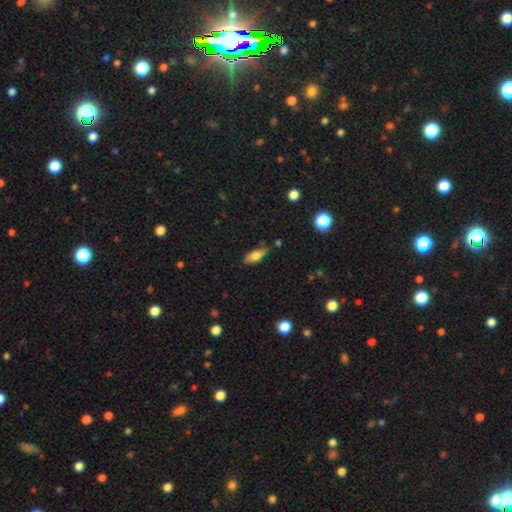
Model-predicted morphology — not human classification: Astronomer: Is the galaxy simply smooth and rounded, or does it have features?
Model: smooth — 68%.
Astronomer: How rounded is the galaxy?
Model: in between — 80%.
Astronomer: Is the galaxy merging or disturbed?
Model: none — 54% (runner-up: minor disturbance, 33%).